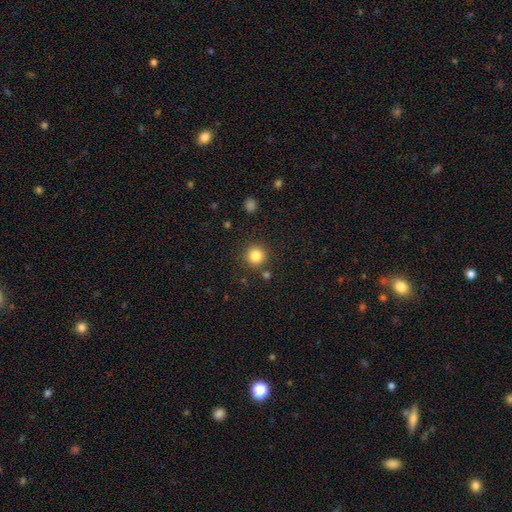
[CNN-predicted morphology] Smooth or featured: smooth — 84% (star or artifact — 11%)
How rounded: round — 94% (in between — 5%)
Merging: none — 88% (minor disturbance — 6%)